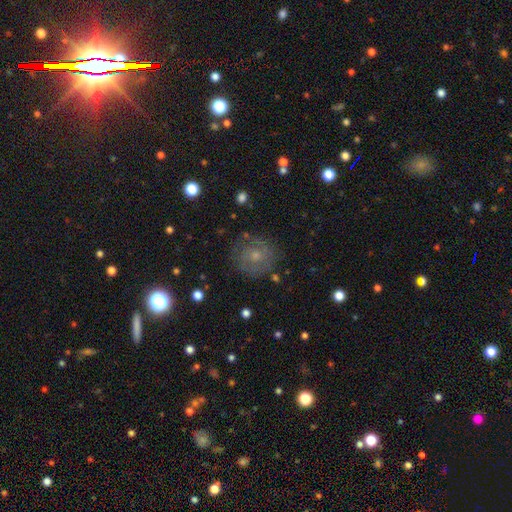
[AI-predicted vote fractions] A featured or disk galaxy (46%). Merging: none (77%).